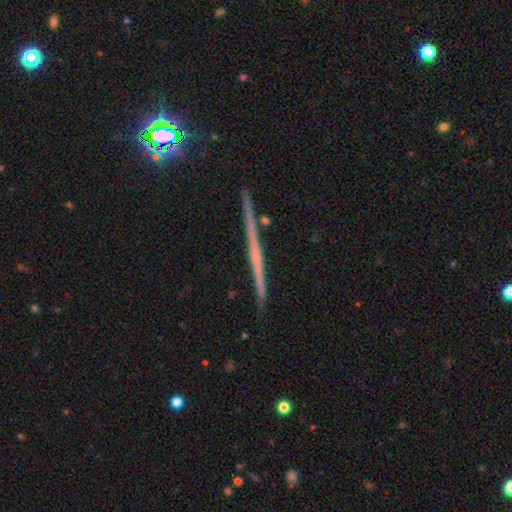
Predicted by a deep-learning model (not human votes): This is likely a featured or disk galaxy (68%). It is clearly viewed edge-on (98%). Edge-on bulge: clearly none (85%). Merging: clearly none (91%).